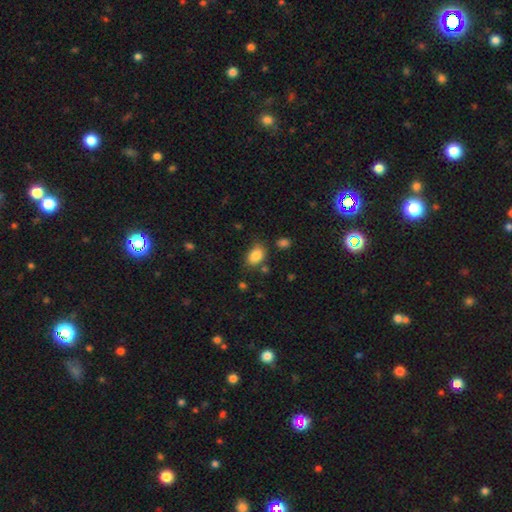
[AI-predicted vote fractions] This is clearly a smooth galaxy (85%). How rounded: likely in between (79%). Merging: likely none (71%).